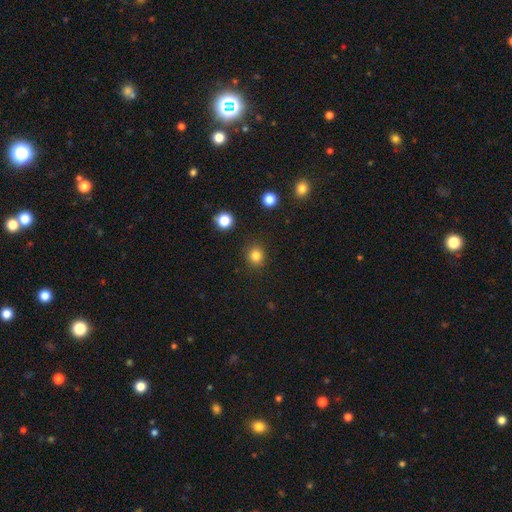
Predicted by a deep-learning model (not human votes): A smooth galaxy with no disk features (83%) that is round (90%). Merging: none (90%).